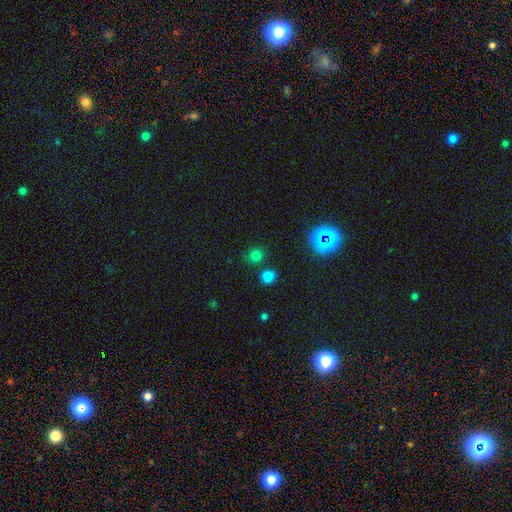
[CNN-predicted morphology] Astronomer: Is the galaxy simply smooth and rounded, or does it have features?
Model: smooth — 75%.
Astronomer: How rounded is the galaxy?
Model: round — 83%.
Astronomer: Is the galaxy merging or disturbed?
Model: none — 79%.